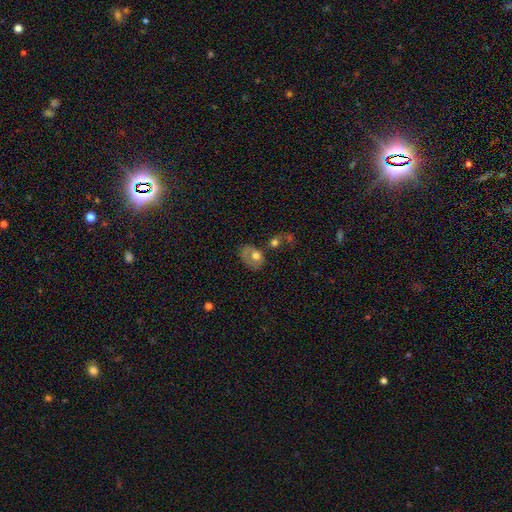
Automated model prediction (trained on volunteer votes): Q: Smooth or featured?
A: smooth (63%); runner-up: featured or disk (29%)
Q: How rounded?
A: in between (71%); runner-up: round (28%)
Q: Merging?
A: none (35%); runner-up: minor disturbance (23%)